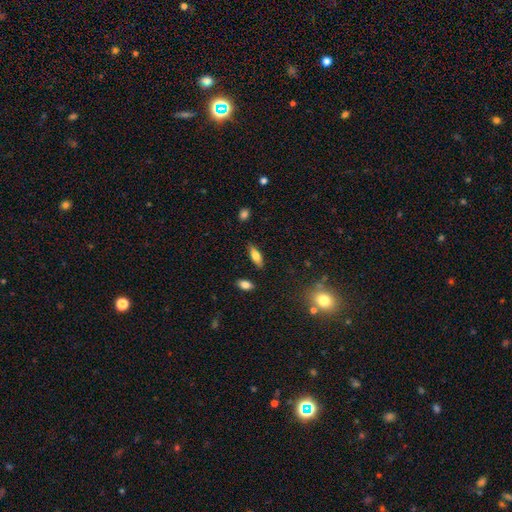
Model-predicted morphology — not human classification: Smooth or featured? Predicted: smooth (p=0.73). How rounded? Predicted: in between (p=0.68). Merging? Predicted: none (p=0.83).